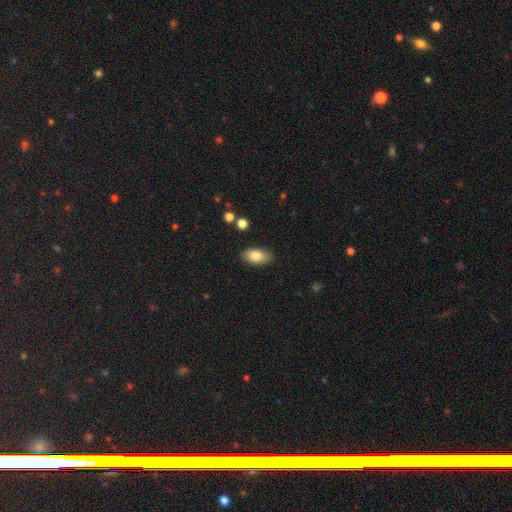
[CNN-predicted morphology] Overall: smooth (82%). How rounded: in between (92%). Merging: none (85%).